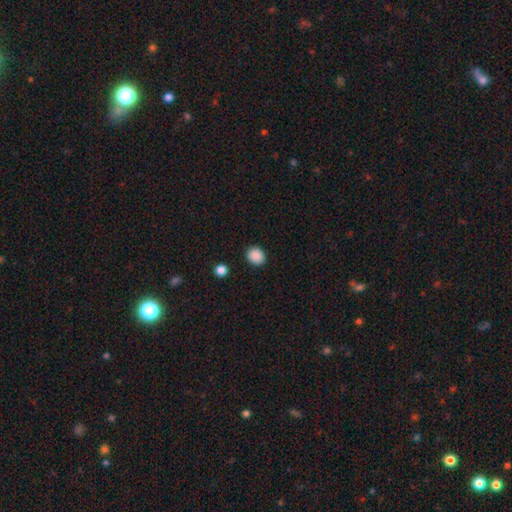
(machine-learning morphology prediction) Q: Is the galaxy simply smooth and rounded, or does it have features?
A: smooth — 88%.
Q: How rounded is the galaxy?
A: round — 69%.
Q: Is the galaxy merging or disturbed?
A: none — 89%.